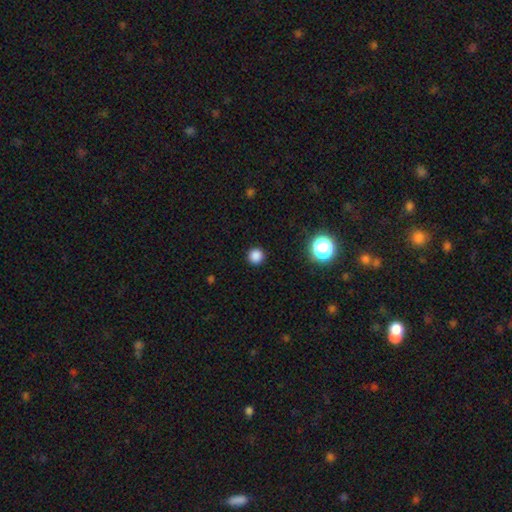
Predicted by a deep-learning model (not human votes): Smooth or featured: smooth — 84% (star or artifact — 13%)
How rounded: round — 96% (in between — 3%)
Merging: none — 92% (minor disturbance — 5%)